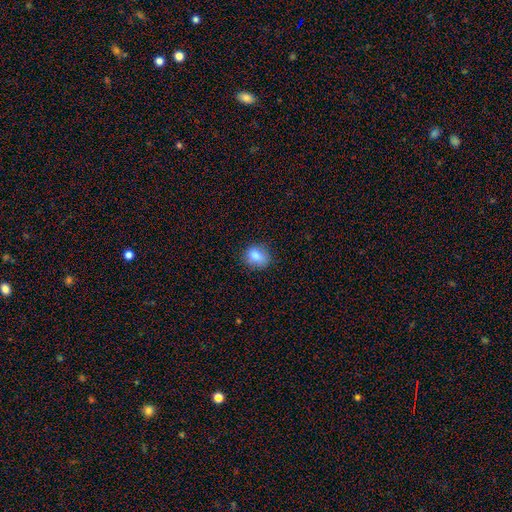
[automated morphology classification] Smooth or featured? Predicted: smooth (p=0.84). How rounded? Predicted: round (p=0.56). Merging? Predicted: none (p=0.77).